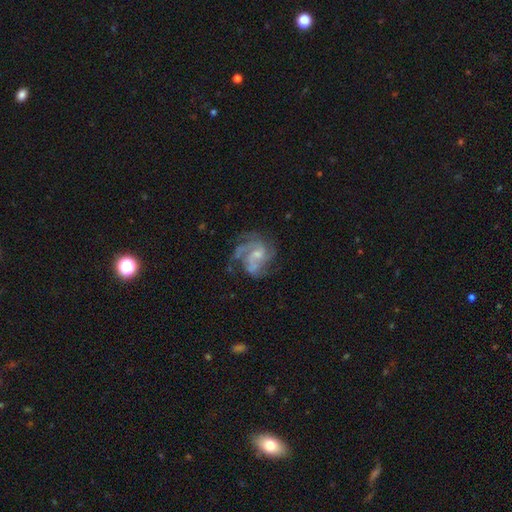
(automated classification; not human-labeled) smooth-or-featured: featured or disk: 83% | smooth: 10% | star or artifact: 7%
  disk-edge-on: no: 98% | yes: 2%
    bar: no: 56% | weak: 38% | strong: 6%
    has-spiral-arms: yes: 93% | no: 7%
      spiral-winding: medium: 47% | tight: 35% | loose: 18%
      spiral-arm-count: 3: 33% | 2: 27% | can't tell: 20% | 4: 9% | 1: 6% | more than 4: 5%
    bulge-size: small: 47% | moderate: 38% | none: 11% | large: 3% | dominant: 1%
  merging: none: 51% | major disturbance: 24% | minor disturbance: 21% | merger: 4%